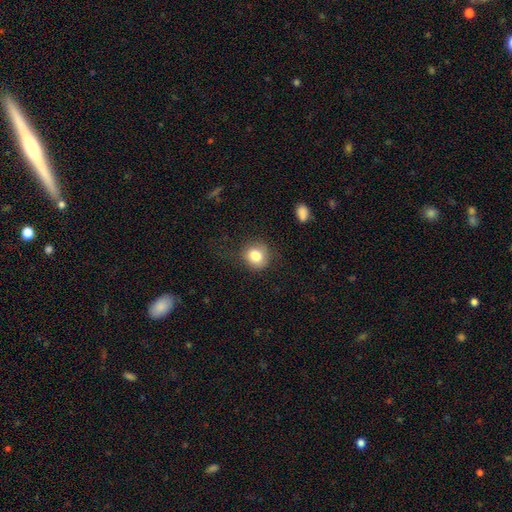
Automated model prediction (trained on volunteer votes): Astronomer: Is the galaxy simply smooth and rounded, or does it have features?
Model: smooth — 82%.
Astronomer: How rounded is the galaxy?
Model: round — 81%.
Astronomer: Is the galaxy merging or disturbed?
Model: none — 75%.